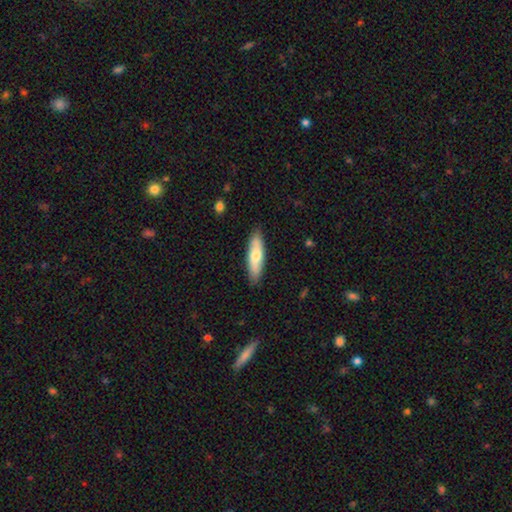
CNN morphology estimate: smooth 67%, featured or disk 28%, star or artifact 5%. Down the decision tree: how rounded — cigar-shaped (61%); merging — none (87%).